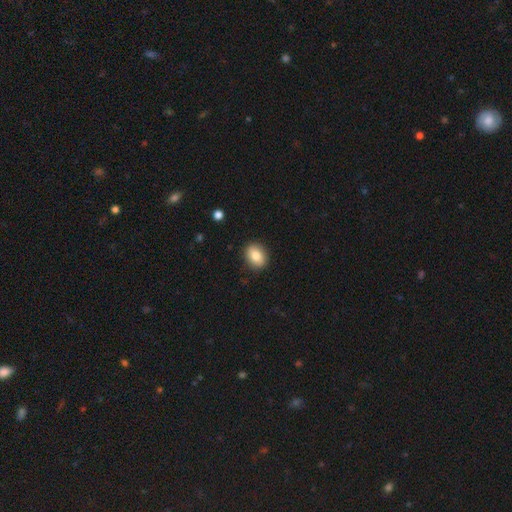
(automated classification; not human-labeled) smooth_or_featured: smooth (p=0.83) [alt: featured or disk p=0.09]
how_rounded: in between (p=0.58) [alt: round p=0.40]
merging: none (p=0.88) [alt: minor disturbance p=0.08]